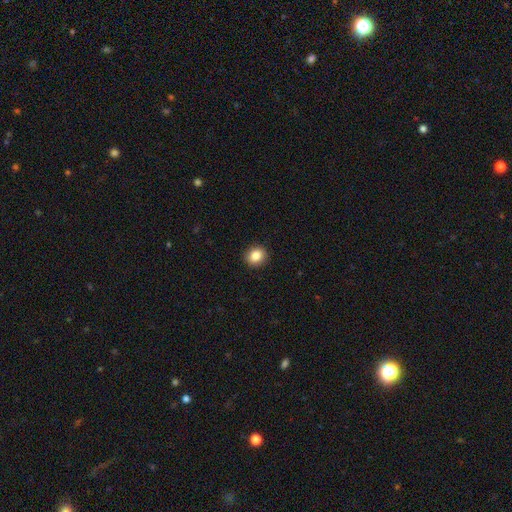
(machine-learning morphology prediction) smooth-or-featured: smooth: 85% | star or artifact: 9% | featured or disk: 6%
  how-rounded: round: 72% | in between: 27% | cigar-shaped: 1%
  merging: none: 92% | minor disturbance: 6% | major disturbance: 2% | merger: 1%